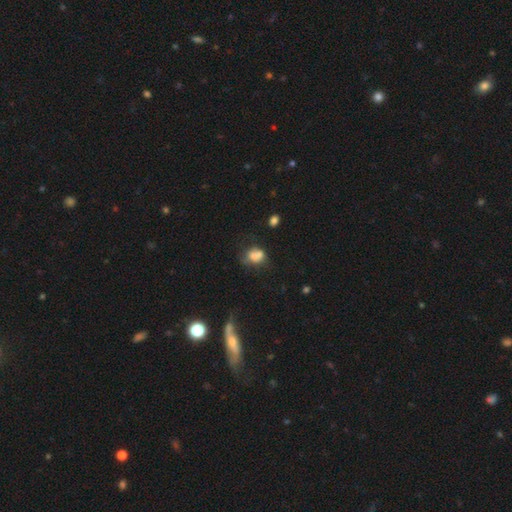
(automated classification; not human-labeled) A smooth galaxy with no disk features (69%) that is round (52%). Merging: merger (43%).